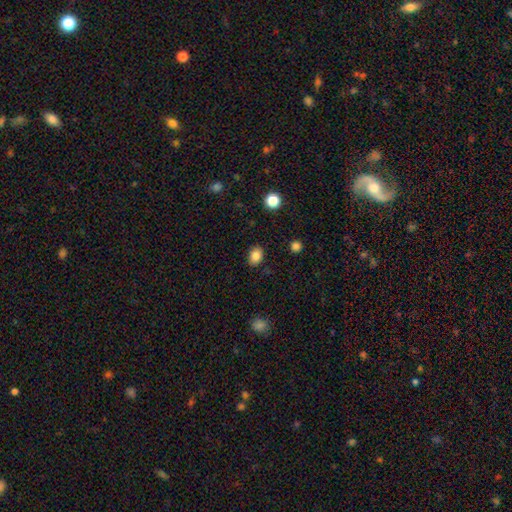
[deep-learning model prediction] The model was most divided on "how rounded": in between: 69%, round: 30%, cigar-shaped: 1%. More confident: merging — none (86%); smooth or featured — smooth (85%).